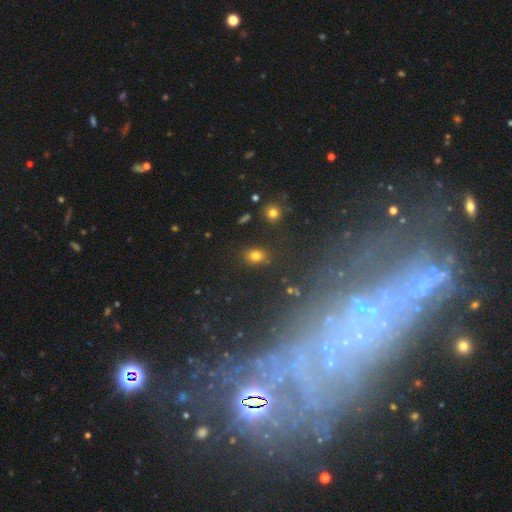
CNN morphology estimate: A smooth galaxy with no disk features (77%) that is in between round and cigar-shaped (55%).

Vote fractions:
- Smooth or featured? smooth: 77% / star or artifact: 16% / featured or disk: 7%
- How rounded? in between: 55% / round: 43% / cigar-shaped: 2%
- Merging? none: 81% / minor disturbance: 12% / merger: 4% / major disturbance: 4%